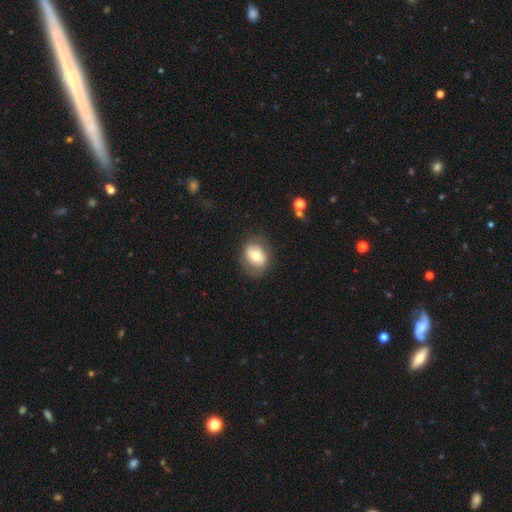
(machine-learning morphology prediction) smooth 62%, featured or disk 30%, star or artifact 8%. Down the decision tree: how rounded — in between (52%); merging — none (77%).